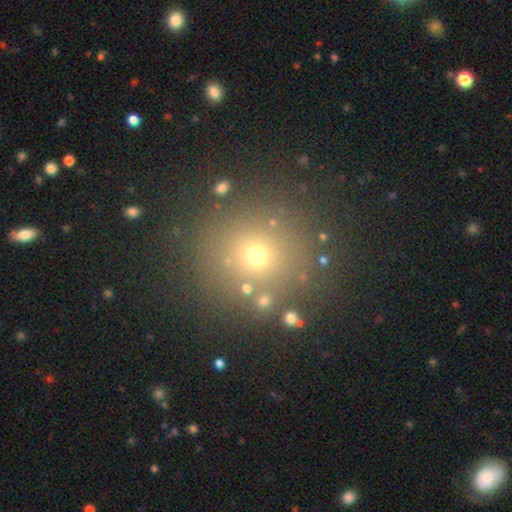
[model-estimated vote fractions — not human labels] This appears to be a smooth galaxy with no disk features (61%) that is round (92%). Merging: none (84%).